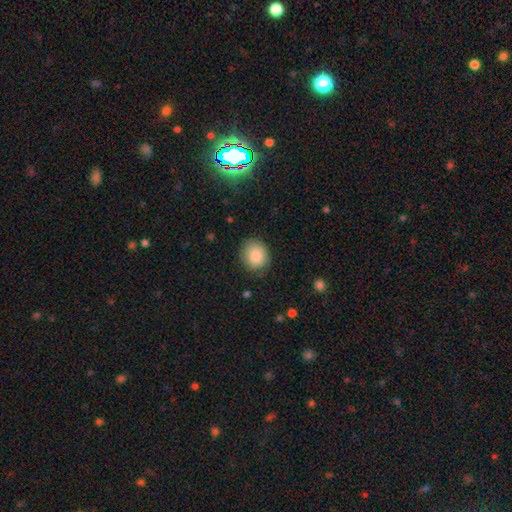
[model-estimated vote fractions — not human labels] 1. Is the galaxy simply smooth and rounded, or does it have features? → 86% smooth, 8% star or artifact, 7% featured or disk.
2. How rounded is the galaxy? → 68% round, 31% in between, 1% cigar-shaped.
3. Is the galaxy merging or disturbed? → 80% none, 15% minor disturbance, 4% major disturbance, 1% merger.